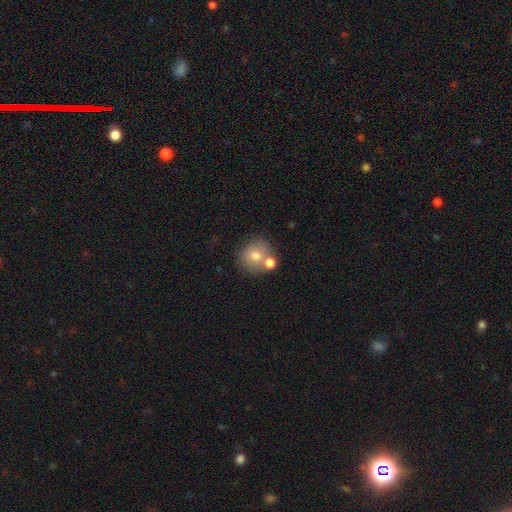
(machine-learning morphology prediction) This is likely a smooth galaxy (73%). How rounded: clearly round (85%). Merging: possibly none (58%).